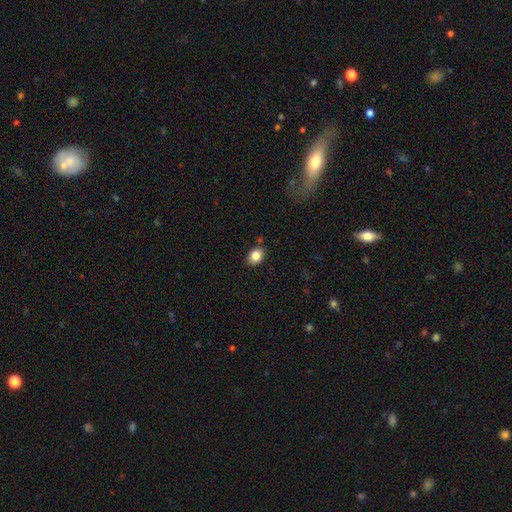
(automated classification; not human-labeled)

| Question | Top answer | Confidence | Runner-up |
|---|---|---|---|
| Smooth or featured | smooth | 85% | star or artifact (9%) |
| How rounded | in between | 66% | round (33%) |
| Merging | none | 85% | minor disturbance (10%) |